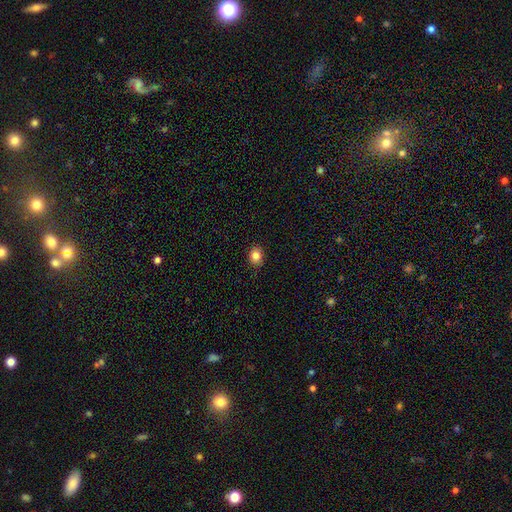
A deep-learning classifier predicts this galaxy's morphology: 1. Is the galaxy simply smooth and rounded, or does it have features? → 85% smooth, 10% star or artifact, 5% featured or disk.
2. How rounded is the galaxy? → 51% round, 48% in between, 1% cigar-shaped.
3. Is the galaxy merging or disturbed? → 89% none, 8% minor disturbance, 2% major disturbance, 1% merger.